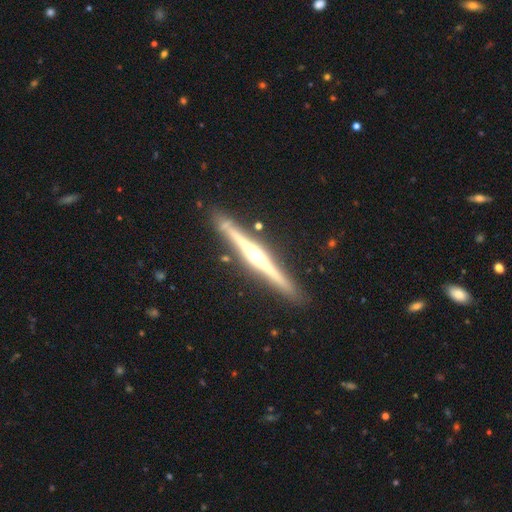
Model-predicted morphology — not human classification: This is clearly a featured or disk galaxy (84%). It is clearly viewed edge-on (98%). Edge-on bulge: clearly rounded (89%). Merging: clearly none (88%).